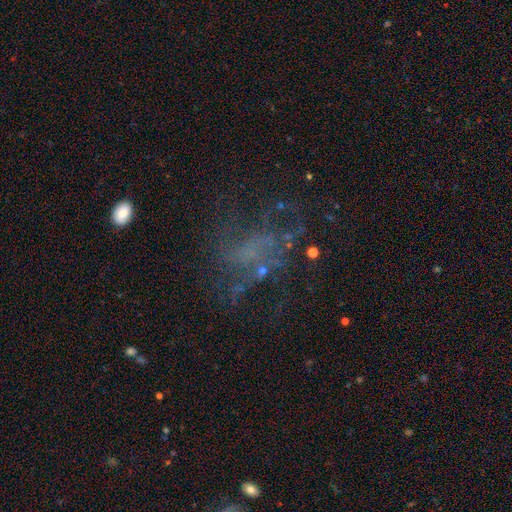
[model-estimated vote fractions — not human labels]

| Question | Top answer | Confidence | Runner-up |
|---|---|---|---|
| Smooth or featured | featured or disk | 54% | star or artifact (26%) |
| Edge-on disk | no | 97% | yes (3%) |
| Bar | no | 79% | weak (17%) |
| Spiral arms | no | 65% | yes (35%) |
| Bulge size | none | 70% | small (19%) |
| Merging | none | 46% | major disturbance (33%) |